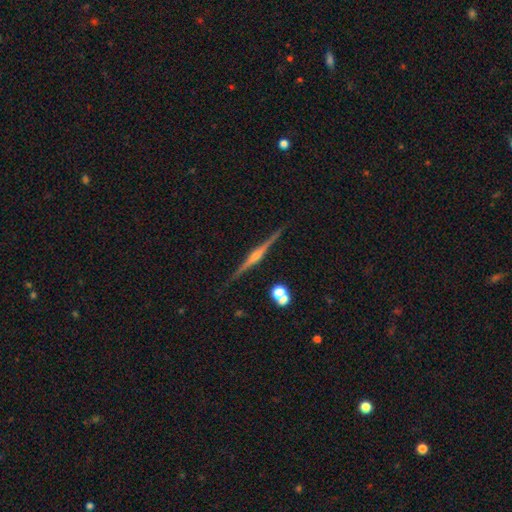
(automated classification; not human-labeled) featured or disk 84%, smooth 9%, star or artifact 6%. Down the decision tree: edge-on disk — yes (98%); edge-on bulge — rounded (86%); merging — none (90%).